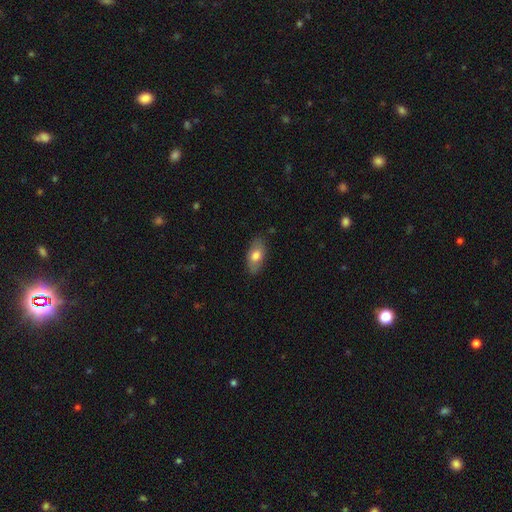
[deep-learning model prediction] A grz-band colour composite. It shows a smooth galaxy with no disk features (72%) that is in between round and cigar-shaped (91%). Merging: none (83%).